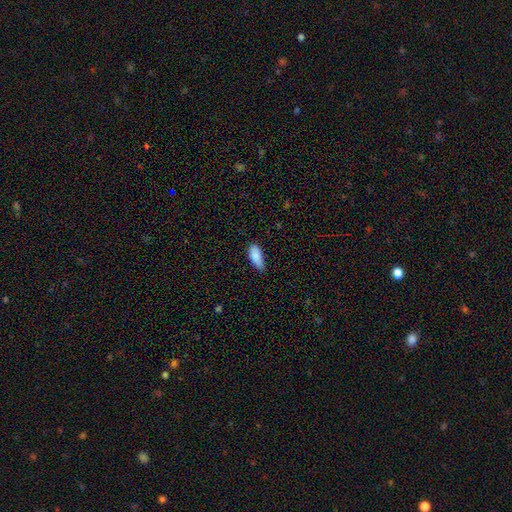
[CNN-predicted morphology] A smooth galaxy with no disk features (88%) that is in between round and cigar-shaped (86%).

Vote fractions:
- Smooth or featured? smooth: 88% / star or artifact: 7% / featured or disk: 5%
- How rounded? in between: 86% / cigar-shaped: 12% / round: 2%
- Merging? none: 64% / minor disturbance: 31% / major disturbance: 4% / merger: 2%